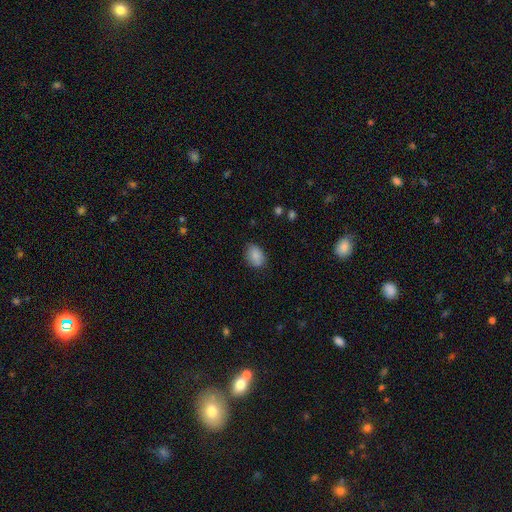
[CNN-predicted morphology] type=smooth (87%); roundness=in between (76%); merging=none (79%).